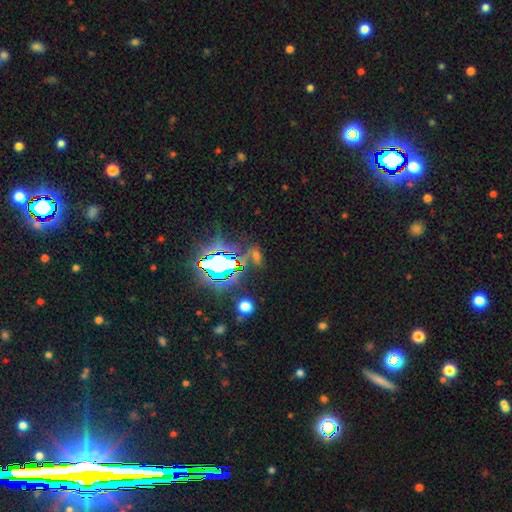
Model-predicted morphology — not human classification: smooth-or-featured: star or artifact: 55% | smooth: 29% | featured or disk: 16%